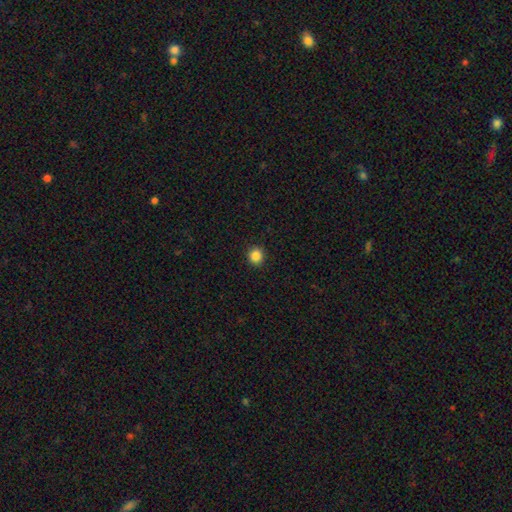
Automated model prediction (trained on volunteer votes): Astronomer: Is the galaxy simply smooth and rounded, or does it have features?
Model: smooth — 86%.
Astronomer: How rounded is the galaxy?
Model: round — 89%.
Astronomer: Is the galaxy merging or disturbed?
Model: none — 92%.